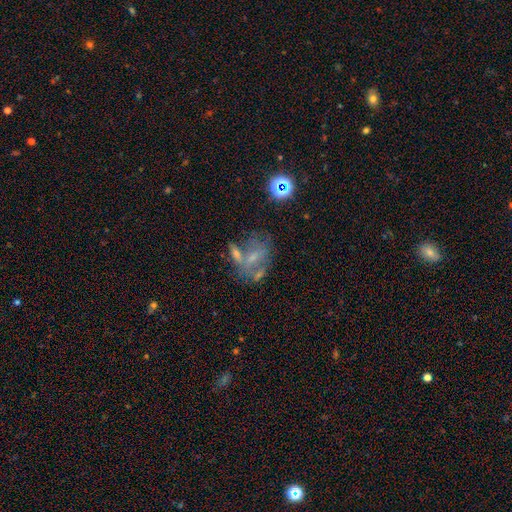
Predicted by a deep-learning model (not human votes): The model was most divided on "merging": none: 34%, merger: 28%, major disturbance: 21%, minor disturbance: 17%. Remaining: smooth or featured — featured or disk (48%).